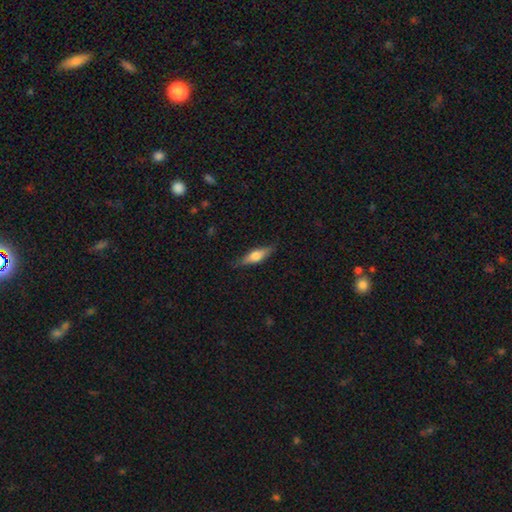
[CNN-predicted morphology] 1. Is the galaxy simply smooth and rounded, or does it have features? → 54% smooth, 40% featured or disk, 6% star or artifact.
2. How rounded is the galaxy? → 54% cigar-shaped, 43% in between, 3% round.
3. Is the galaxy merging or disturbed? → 83% none, 13% minor disturbance, 3% major disturbance, 1% merger.